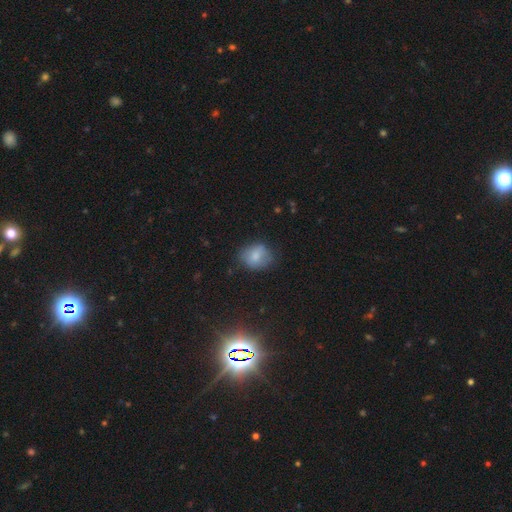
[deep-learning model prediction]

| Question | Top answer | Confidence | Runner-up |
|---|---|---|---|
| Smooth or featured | smooth | 75% | featured or disk (16%) |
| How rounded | round | 51% | in between (48%) |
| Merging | none | 66% | minor disturbance (25%) |